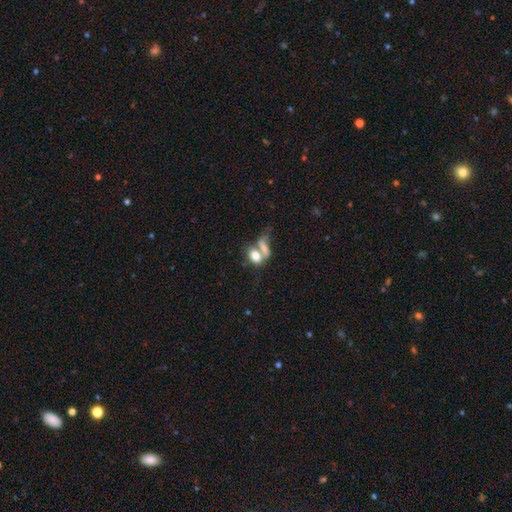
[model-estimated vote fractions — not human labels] The model was most divided on "merging": merger: 62%, none: 19%, major disturbance: 11%, minor disturbance: 8%. More confident: how rounded — in between (78%); smooth or featured — smooth (71%).